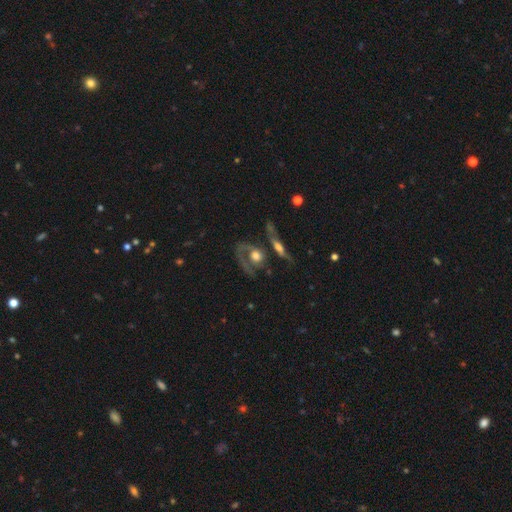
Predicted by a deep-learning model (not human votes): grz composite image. It shows a featured or disk galaxy (65%) with no bar (82%), spiral arms (62%) and a moderate central bulge (45%). Merging: none (38%).